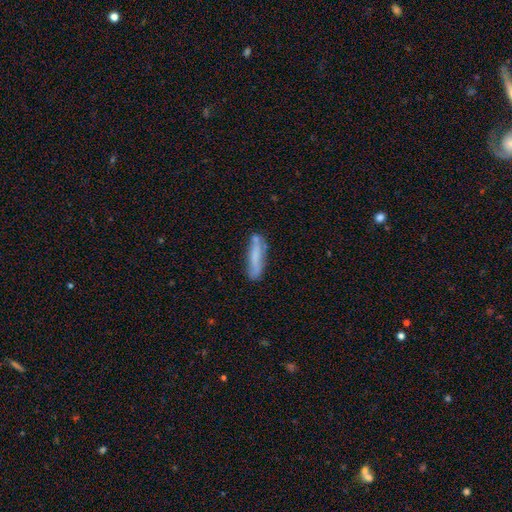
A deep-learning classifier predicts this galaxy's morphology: smooth-or-featured: smooth: 63% | featured or disk: 29% | star or artifact: 8%
  how-rounded: cigar-shaped: 77% | in between: 22% | round: 2%
  merging: none: 65% | minor disturbance: 21% | merger: 8% | major disturbance: 6%